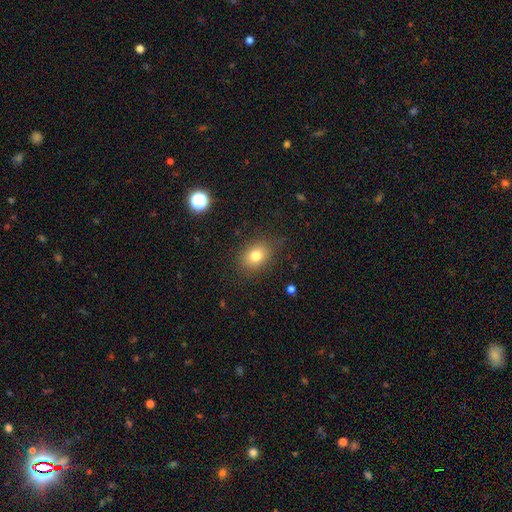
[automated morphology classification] Smooth or featured? Predicted: smooth (p=0.79). How rounded? Predicted: in between (p=0.56). Merging? Predicted: none (p=0.82).